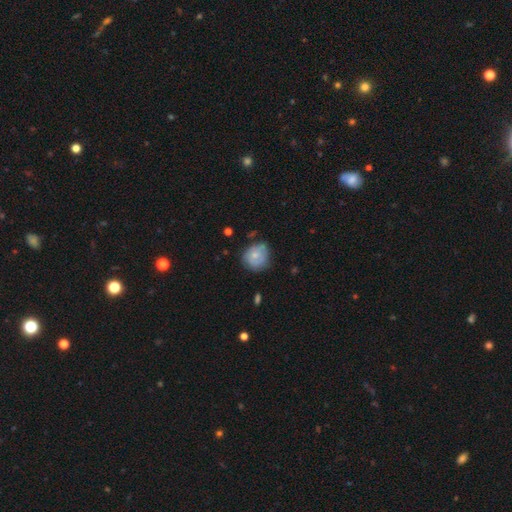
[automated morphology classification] smooth_or_featured: smooth (p=0.59) [alt: featured or disk p=0.33]
how_rounded: round (p=0.77) [alt: in between p=0.22]
merging: none (p=0.61) [alt: minor disturbance p=0.29]